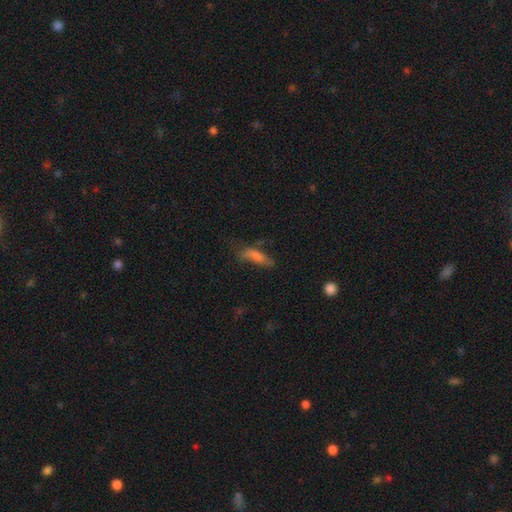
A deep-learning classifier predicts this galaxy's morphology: smooth_or_featured: smooth (p=0.40) [alt: featured or disk p=0.34]
merging: none (p=0.69) [alt: minor disturbance p=0.19]